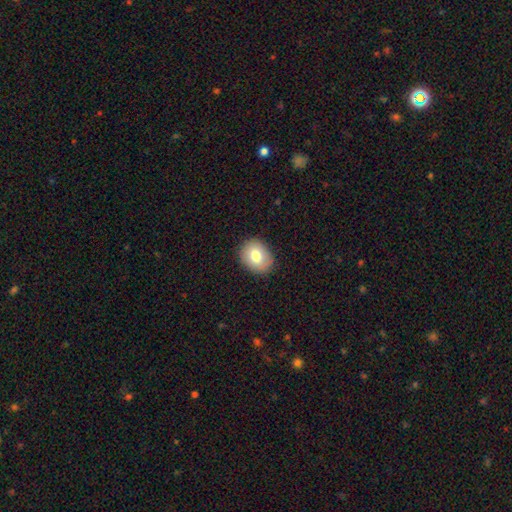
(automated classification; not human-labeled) Smooth or featured: smooth — 78% (featured or disk — 14%)
How rounded: in between — 52% (round — 47%)
Merging: none — 87% (minor disturbance — 10%)